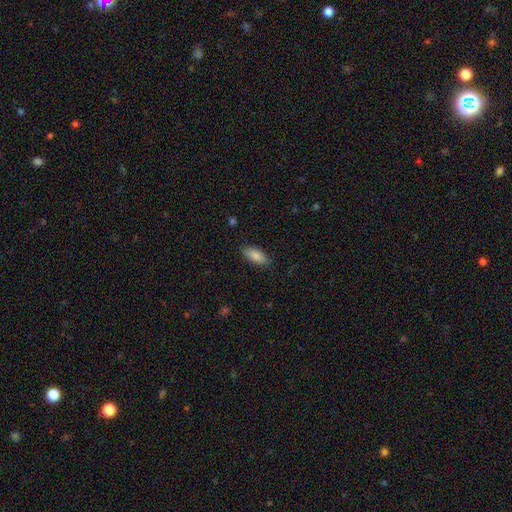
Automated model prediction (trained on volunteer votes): Smooth or featured? Predicted: smooth (p=0.87). How rounded? Predicted: in between (p=0.86). Merging? Predicted: none (p=0.86).